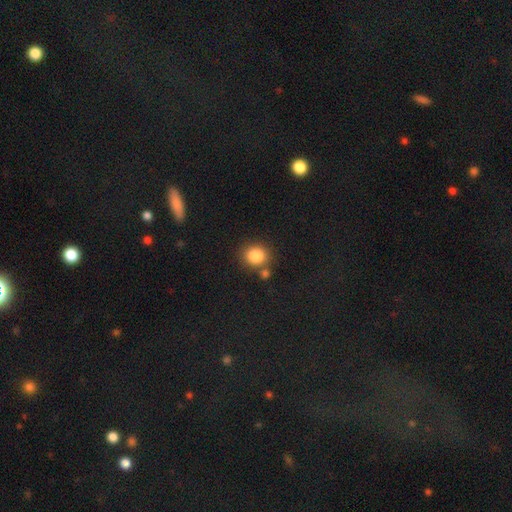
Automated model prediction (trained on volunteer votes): Smooth or featured: smooth — 85% (star or artifact — 9%)
How rounded: round — 76% (in between — 23%)
Merging: none — 70% (merger — 16%)